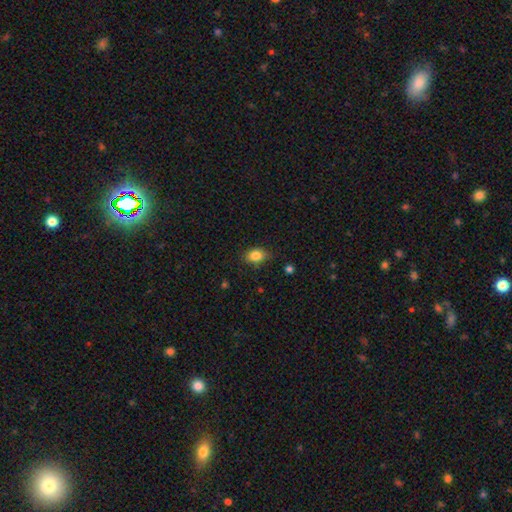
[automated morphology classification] Smooth or featured? smooth (84%)
How rounded? in between (71%)
Merging? none (79%)